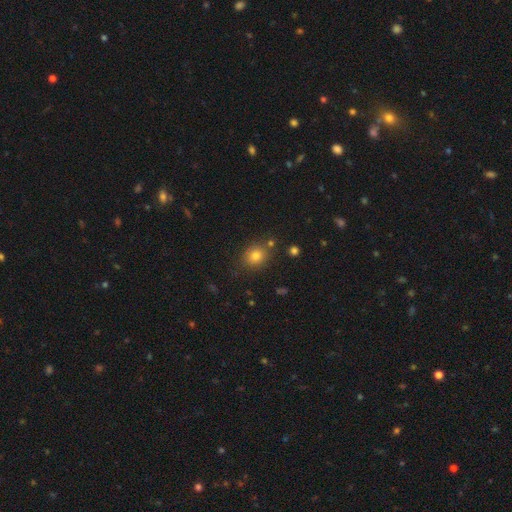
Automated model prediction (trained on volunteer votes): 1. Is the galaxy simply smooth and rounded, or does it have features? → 79% smooth, 13% star or artifact, 8% featured or disk.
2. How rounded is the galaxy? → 62% round, 37% in between, 1% cigar-shaped.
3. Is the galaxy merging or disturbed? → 79% none, 12% minor disturbance, 6% merger, 3% major disturbance.